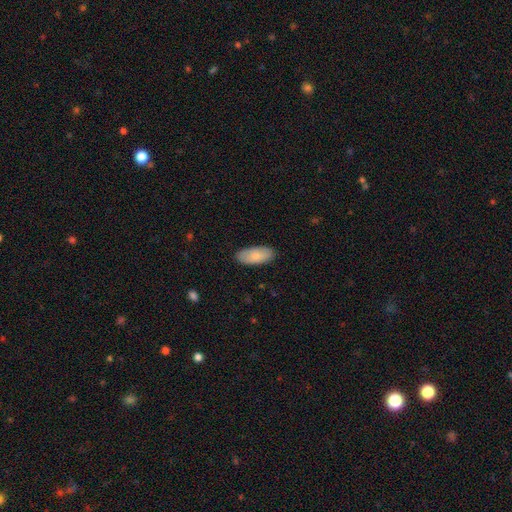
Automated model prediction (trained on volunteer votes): This appears to be a smooth galaxy with no disk features (84%) that is in between round and cigar-shaped (89%). Merging: none (87%).